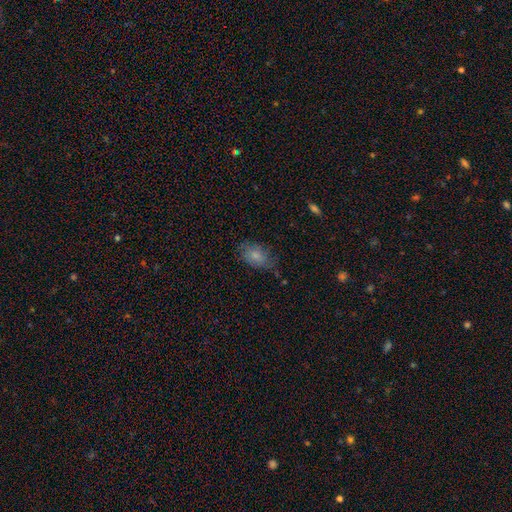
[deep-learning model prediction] Overall: smooth (76%). How rounded: in between (88%). Merging: none (64%; minor disturbance 26%).